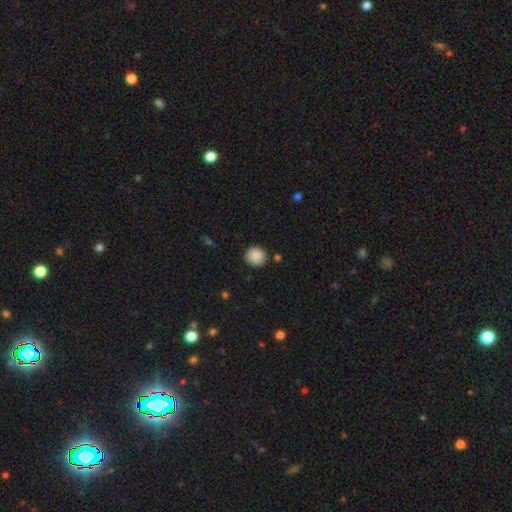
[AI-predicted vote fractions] Smooth or featured? smooth (88%)
How rounded? round (91%)
Merging? none (87%)